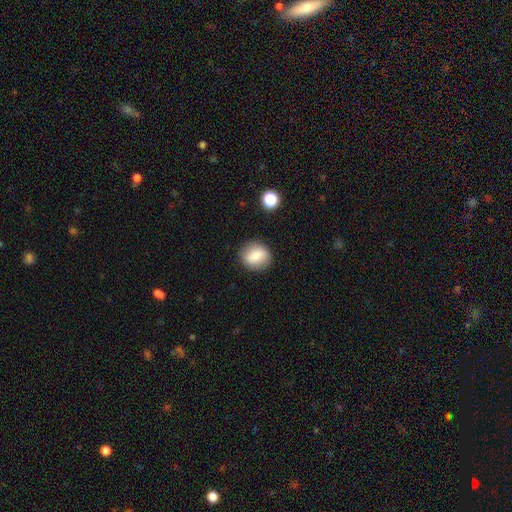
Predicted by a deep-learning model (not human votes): A smooth galaxy with no disk features (76%) that is round (74%).

Vote fractions:
- Smooth or featured? smooth: 76% / featured or disk: 15% / star or artifact: 8%
- How rounded? round: 74% / in between: 25% / cigar-shaped: 1%
- Merging? none: 86% / minor disturbance: 10% / major disturbance: 3% / merger: 1%